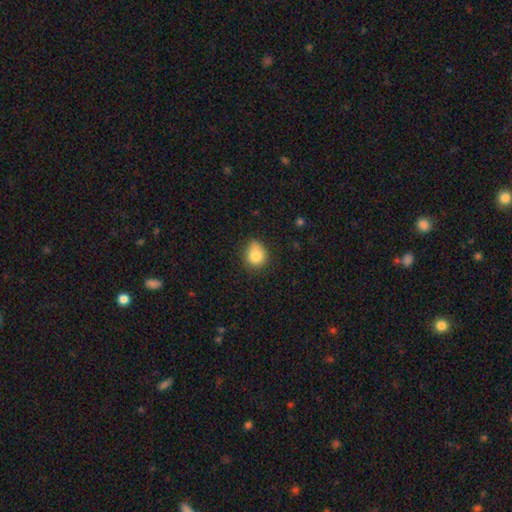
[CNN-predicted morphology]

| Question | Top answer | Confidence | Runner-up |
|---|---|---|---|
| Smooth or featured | smooth | 82% | star or artifact (10%) |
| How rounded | round | 70% | in between (29%) |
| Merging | none | 58% | minor disturbance (32%) |